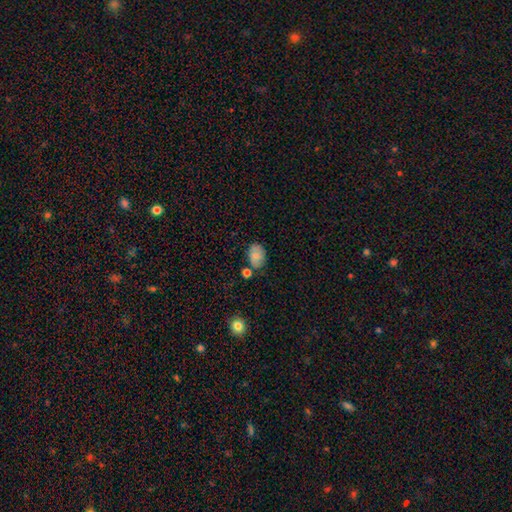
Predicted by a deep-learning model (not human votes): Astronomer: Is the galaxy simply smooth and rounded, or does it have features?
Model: smooth — 76%.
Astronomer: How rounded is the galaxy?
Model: in between — 79%.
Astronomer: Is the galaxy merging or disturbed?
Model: none — 65%.